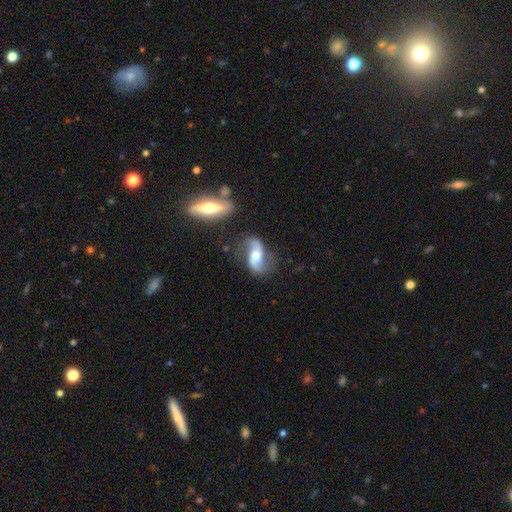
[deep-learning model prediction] Smooth or featured? featured or disk (80%)
Edge-on disk? no (95%)
Bar? no (46%)
Spiral arms? yes (94%)
Spiral winding? loose (68%)
Spiral arm count? 2 (92%)
Bulge size? moderate (39%)
Merging? none (62%)